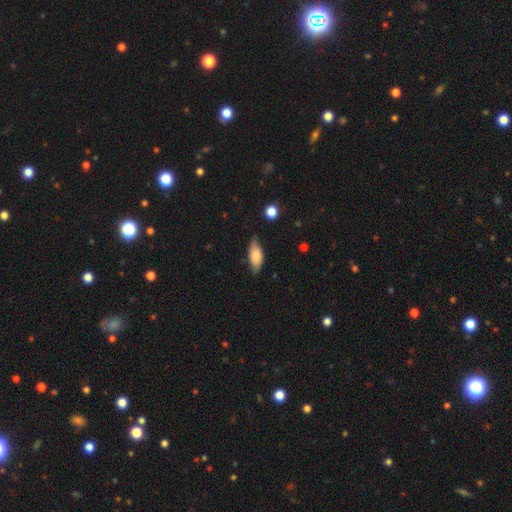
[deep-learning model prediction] The model was most divided on "merging": none: 67%, minor disturbance: 27%, major disturbance: 5%, merger: 2%. More confident: how rounded — in between (83%); smooth or featured — smooth (72%).